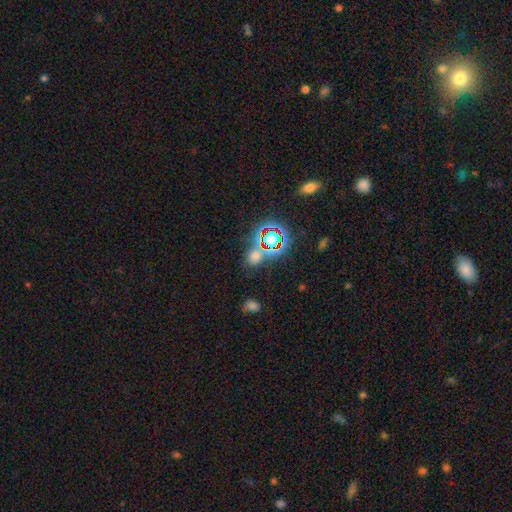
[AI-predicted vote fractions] A smooth galaxy with no disk features (46%, tied with star or artifact). Merging: none (68%).